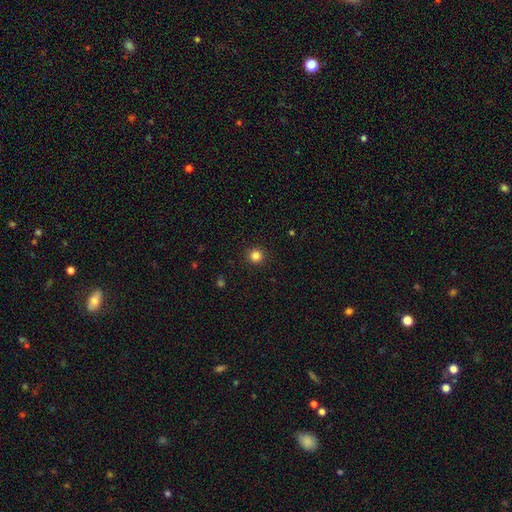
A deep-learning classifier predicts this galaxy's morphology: Smooth or featured? smooth (83%)
How rounded? round (95%)
Merging? none (92%)